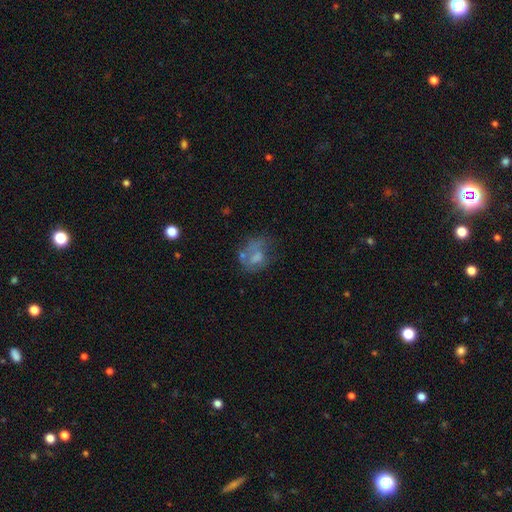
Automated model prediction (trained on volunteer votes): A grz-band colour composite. It shows a smooth galaxy with no disk features (49%). Merging: major disturbance (33%).